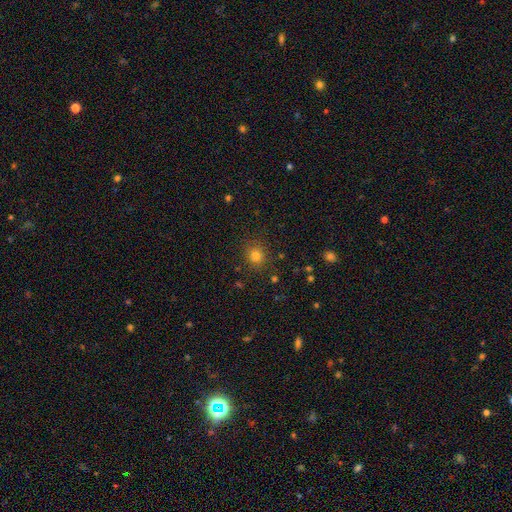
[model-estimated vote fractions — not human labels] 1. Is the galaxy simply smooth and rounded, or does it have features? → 79% smooth, 16% star or artifact, 5% featured or disk.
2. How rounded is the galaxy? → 84% round, 15% in between, 1% cigar-shaped.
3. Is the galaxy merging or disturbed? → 86% none, 9% minor disturbance, 3% major disturbance, 2% merger.